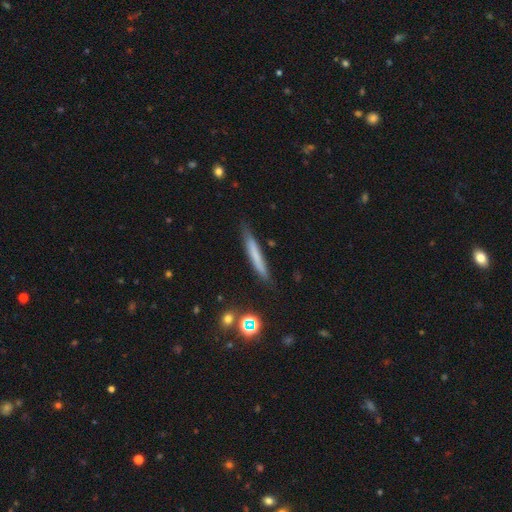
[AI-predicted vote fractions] Overall: smooth (64%; featured or disk 27%). How rounded: cigar-shaped (95%). Merging: none (81%).